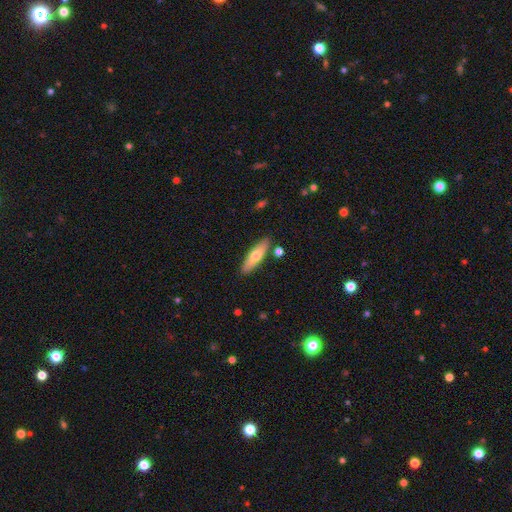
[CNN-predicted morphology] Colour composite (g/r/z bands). It shows a smooth galaxy with no disk features (62%) that is cigar-shaped (64%). Merging: none (85%).